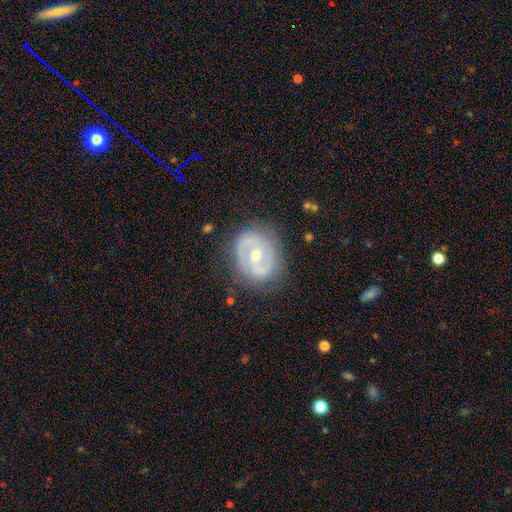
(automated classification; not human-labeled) Morphology: type=featured or disk (71%); edge-on=no (96%); bar=no (45%); spiral arms=yes (55%); bulge=moderate (55%); merging=none (76%).